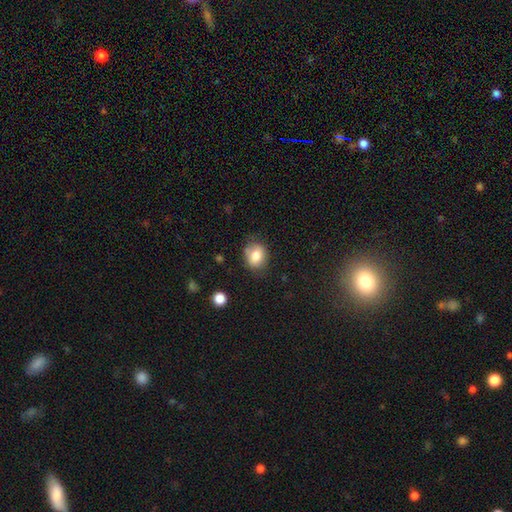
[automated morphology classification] Smooth or featured? smooth (78%)
How rounded? round (52%)
Merging? none (72%)